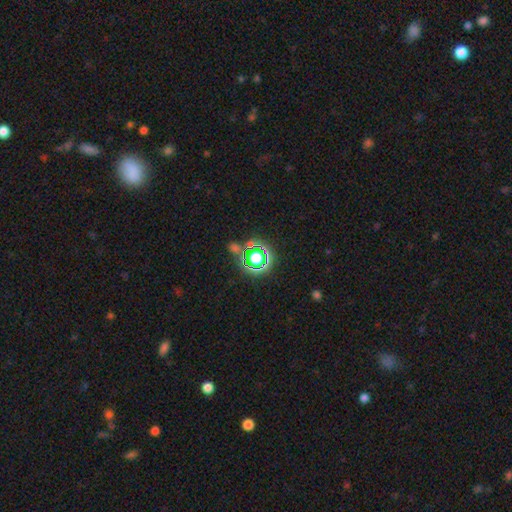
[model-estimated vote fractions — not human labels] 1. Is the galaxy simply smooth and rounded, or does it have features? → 77% star or artifact, 15% smooth, 8% featured or disk.